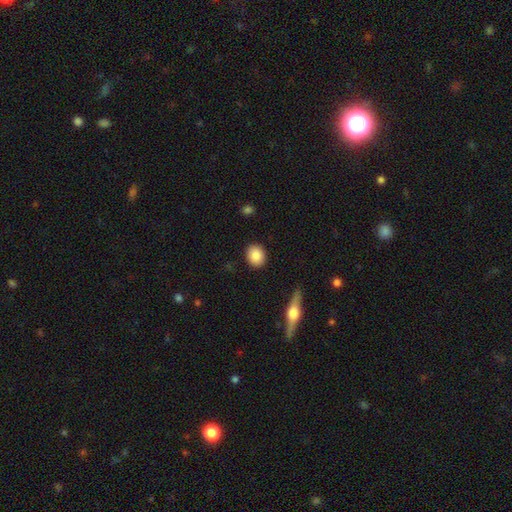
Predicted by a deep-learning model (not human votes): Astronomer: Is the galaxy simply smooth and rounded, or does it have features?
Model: smooth — 87%.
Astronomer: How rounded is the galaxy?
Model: round — 65%.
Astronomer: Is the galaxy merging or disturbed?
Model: none — 89%.